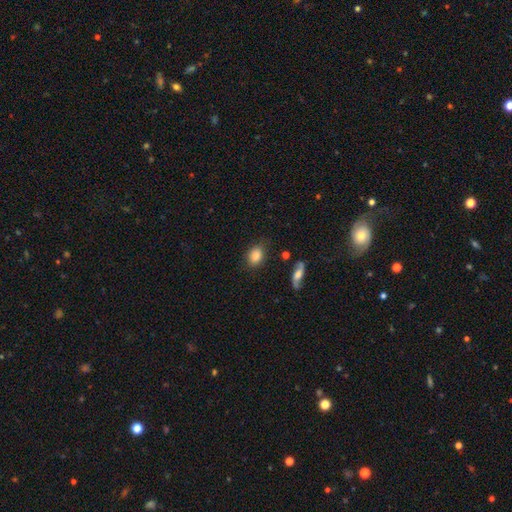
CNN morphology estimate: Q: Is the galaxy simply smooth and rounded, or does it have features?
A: smooth — 84%.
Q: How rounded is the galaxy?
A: in between — 68%.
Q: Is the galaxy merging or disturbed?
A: none — 79%.